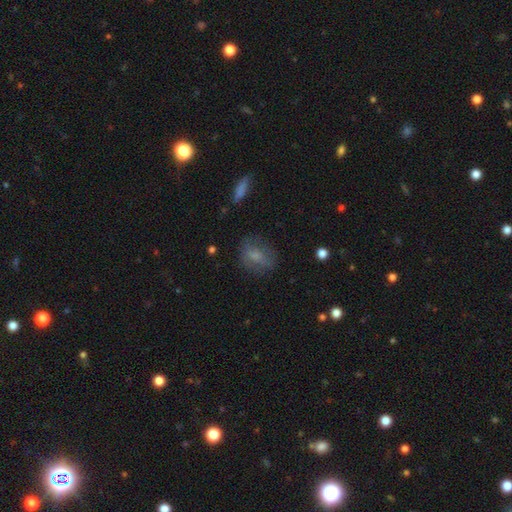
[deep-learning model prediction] A smooth galaxy with no disk features (63%) that is in between round and cigar-shaped (63%).

Vote fractions:
- Smooth or featured? smooth: 63% / featured or disk: 26% / star or artifact: 11%
- How rounded? in between: 63% / round: 34% / cigar-shaped: 3%
- Merging? none: 62% / minor disturbance: 23% / major disturbance: 14% / merger: 2%